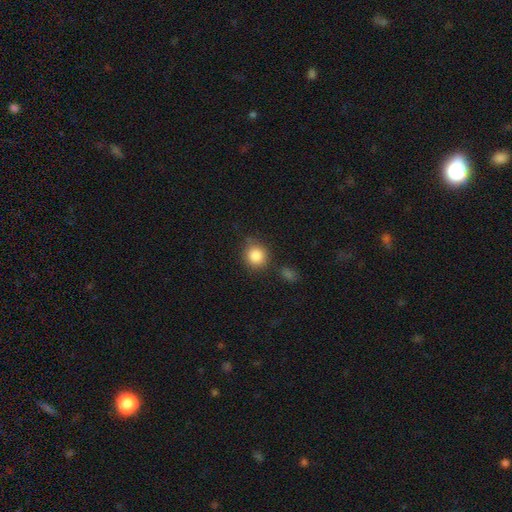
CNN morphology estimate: Smooth or featured?
  - smooth: 86% *
  - star or artifact: 9%
  - featured or disk: 5%
How rounded?
  - round: 82% *
  - in between: 16%
  - cigar-shaped: 1%
Merging?
  - none: 74% *
  - minor disturbance: 15%
  - merger: 7%
  - major disturbance: 5%